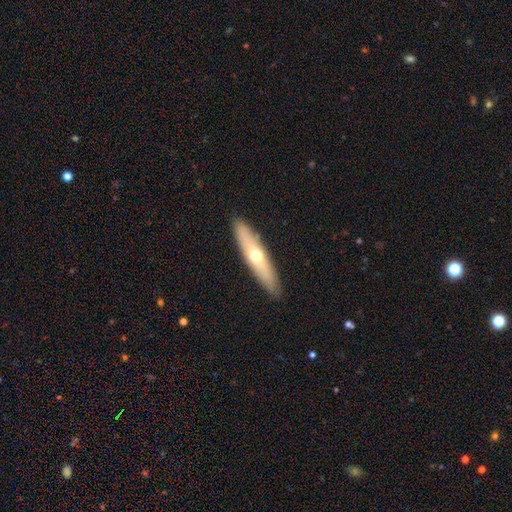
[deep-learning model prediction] This appears to be a smooth galaxy with no disk features (50%). Merging: none (89%).